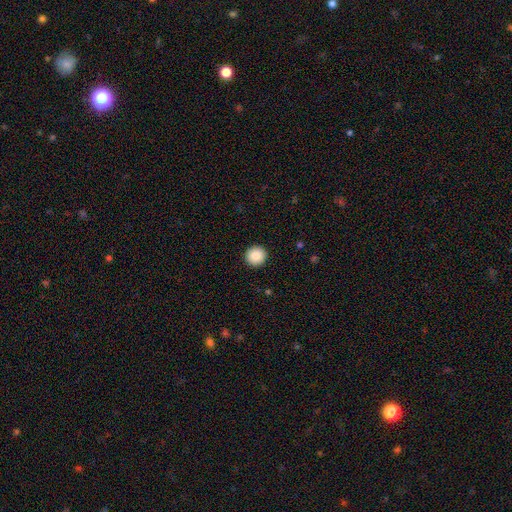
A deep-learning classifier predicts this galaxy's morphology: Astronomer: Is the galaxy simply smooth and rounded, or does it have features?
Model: smooth — 88%.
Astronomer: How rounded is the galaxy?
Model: round — 95%.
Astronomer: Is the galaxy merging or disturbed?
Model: none — 93%.